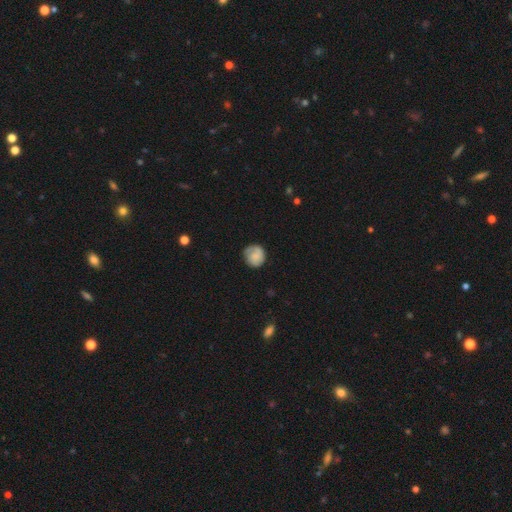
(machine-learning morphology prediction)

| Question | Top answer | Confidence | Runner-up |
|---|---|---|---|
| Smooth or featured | smooth | 66% | featured or disk (26%) |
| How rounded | round | 86% | in between (13%) |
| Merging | none | 67% | minor disturbance (22%) |